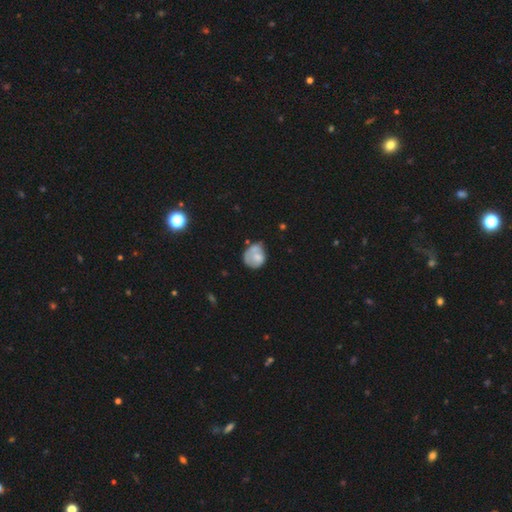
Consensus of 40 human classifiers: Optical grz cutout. It shows a smooth galaxy with no disk features (60%) that is round (96%). Merging: minor disturbance (46%).